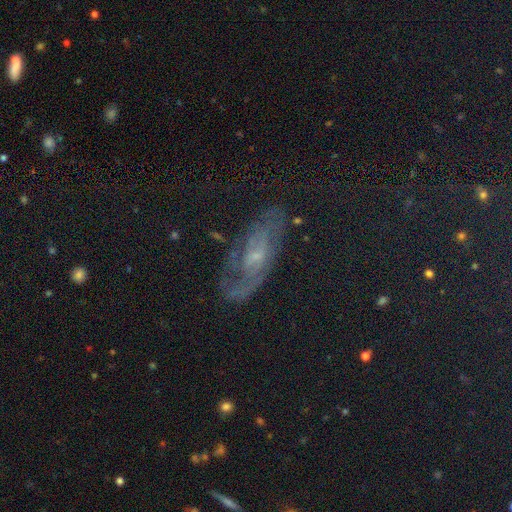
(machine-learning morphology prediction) Overall: featured or disk (47%; star or artifact 33%). Merging: none (70%).